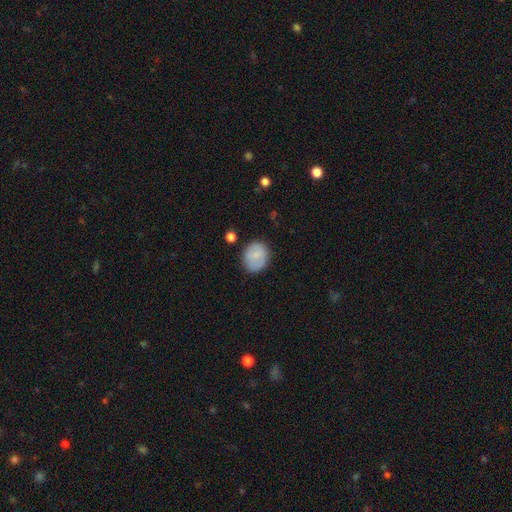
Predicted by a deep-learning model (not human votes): A smooth galaxy with no disk features (73%) that is round (64%). Merging: none (79%).